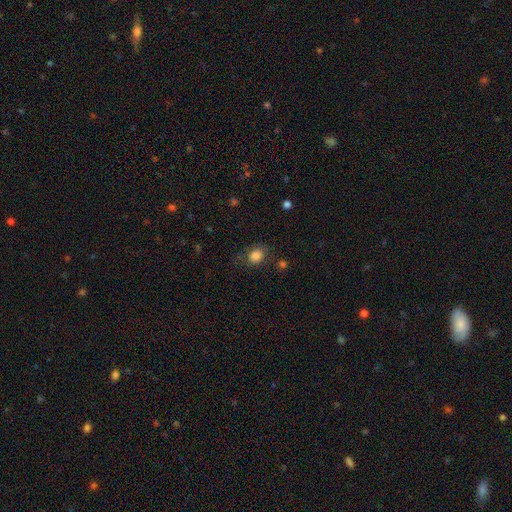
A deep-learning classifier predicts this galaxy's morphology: smooth 83%, star or artifact 11%, featured or disk 6%. Down the decision tree: how rounded — round (54%); merging — none (69%).